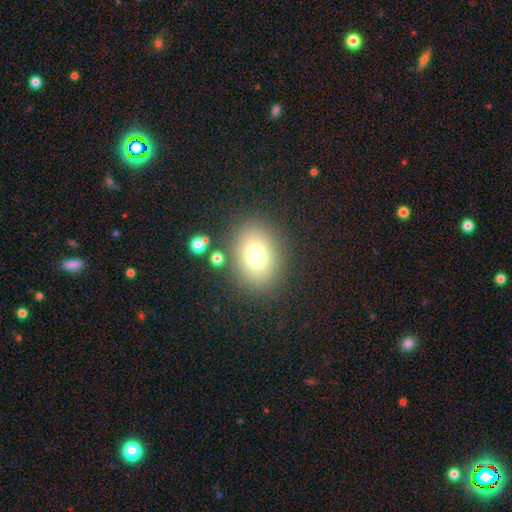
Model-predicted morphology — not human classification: Smooth or featured? Predicted: smooth (p=0.74). How rounded? Predicted: in between (p=0.58). Merging? Predicted: none (p=0.84).